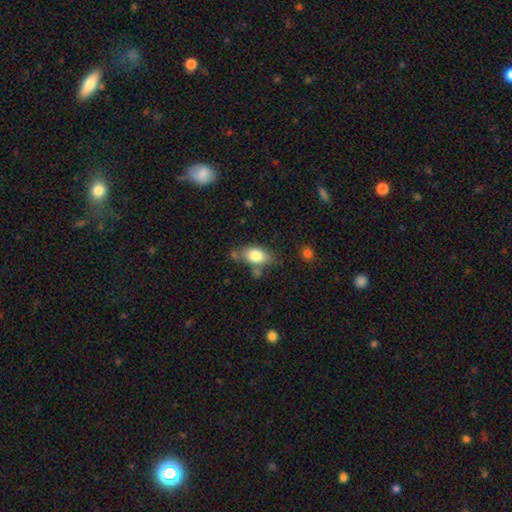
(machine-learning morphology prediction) Smooth or featured? Predicted: smooth (p=0.80). How rounded? Predicted: in between (p=0.86). Merging? Predicted: none (p=0.60).